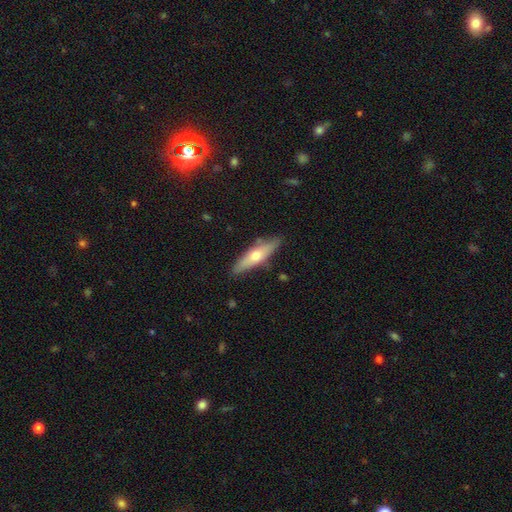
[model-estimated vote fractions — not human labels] Smooth or featured? Predicted: smooth (p=0.49). Merging? Predicted: none (p=0.84).